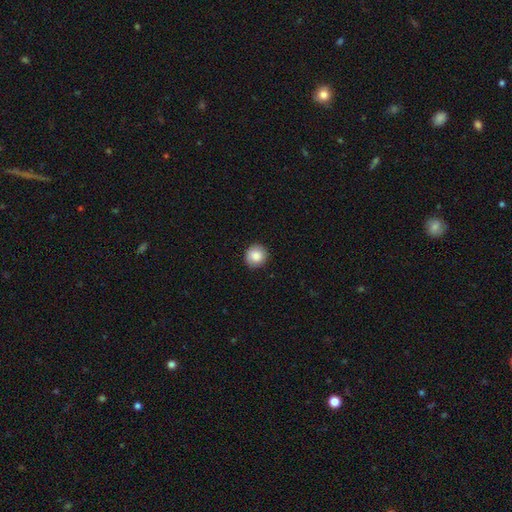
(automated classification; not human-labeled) A smooth galaxy with no disk features (85%) that is round (93%). Merging: none (88%).